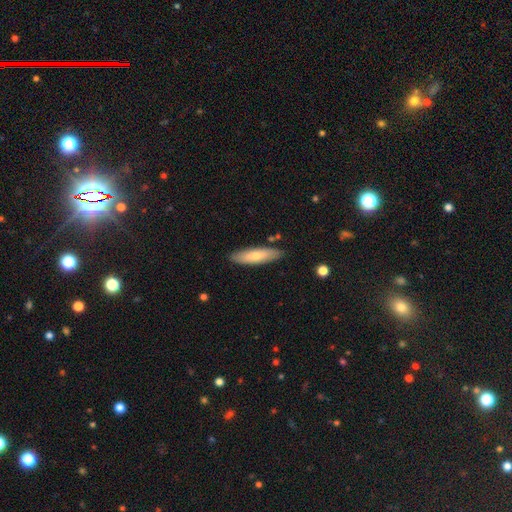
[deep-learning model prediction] A smooth galaxy with no disk features (71%) that is cigar-shaped (66%). Merging: none (85%).